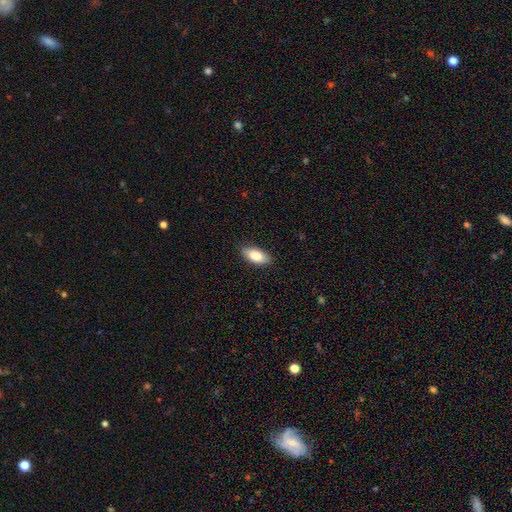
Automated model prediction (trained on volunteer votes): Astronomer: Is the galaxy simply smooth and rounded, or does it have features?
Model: smooth — 83%.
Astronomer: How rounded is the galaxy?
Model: in between — 90%.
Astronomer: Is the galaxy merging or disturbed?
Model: none — 88%.